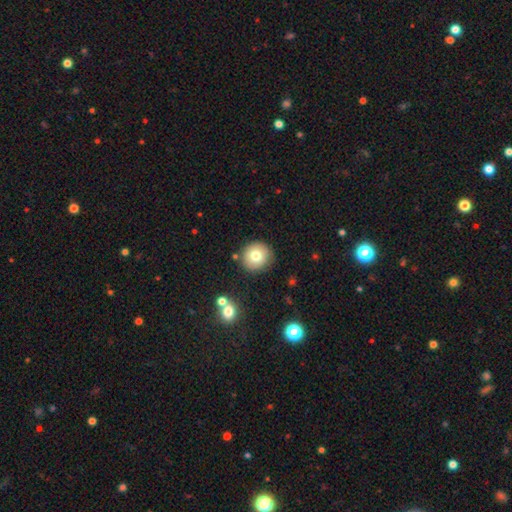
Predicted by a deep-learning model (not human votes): A smooth galaxy with no disk features (75%) that is round (91%).

Vote fractions:
- Smooth or featured? smooth: 75% / featured or disk: 15% / star or artifact: 10%
- How rounded? round: 91% / in between: 9% / cigar-shaped: 1%
- Merging? none: 85% / minor disturbance: 9% / merger: 3% / major disturbance: 3%